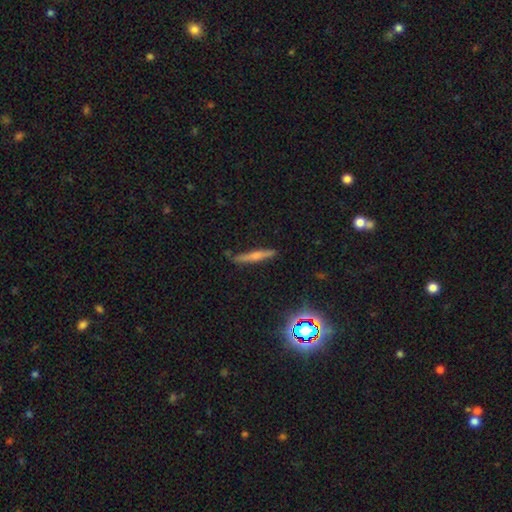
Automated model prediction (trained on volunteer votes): Q: Smooth or featured?
A: smooth (53%); runner-up: featured or disk (36%)
Q: How rounded?
A: cigar-shaped (92%); runner-up: in between (6%)
Q: Merging?
A: none (84%); runner-up: minor disturbance (11%)